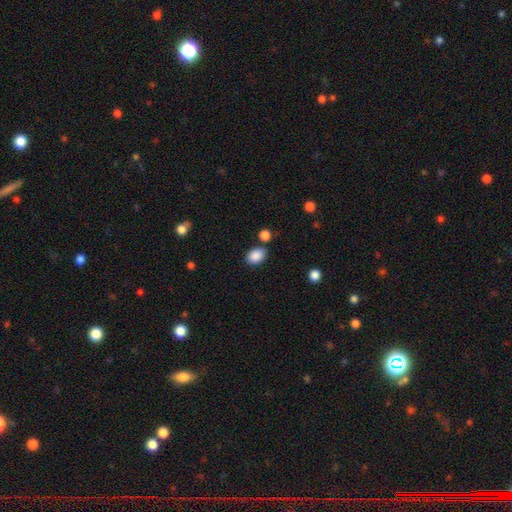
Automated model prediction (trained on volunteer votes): Morphology: type=smooth (88%); roundness=in between (81%); merging=none (76%).